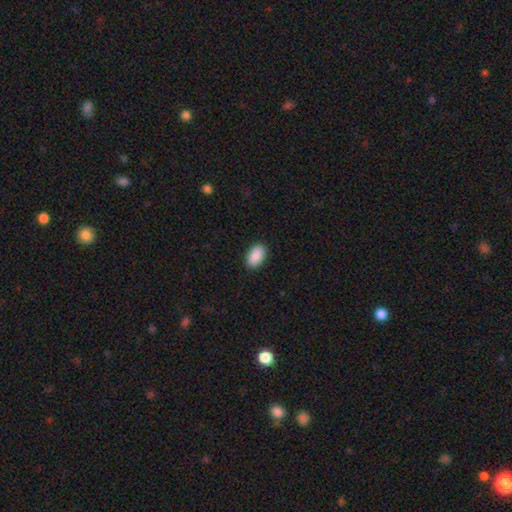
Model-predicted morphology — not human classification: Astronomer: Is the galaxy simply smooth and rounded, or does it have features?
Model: smooth — 91%.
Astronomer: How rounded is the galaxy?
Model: in between — 94%.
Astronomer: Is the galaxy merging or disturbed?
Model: none — 90%.